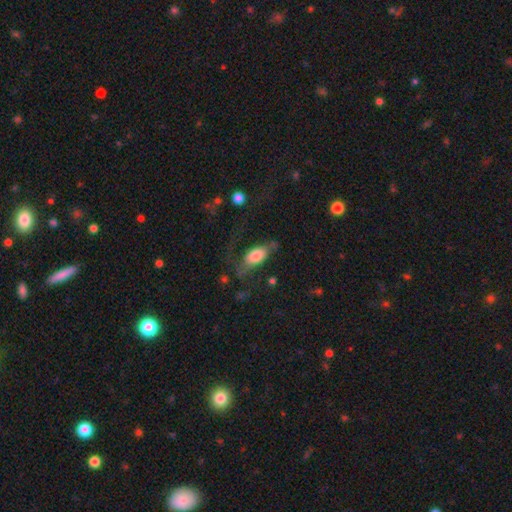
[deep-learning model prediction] The model was most divided on "merging": major disturbance: 41%, none: 33%, minor disturbance: 22%, merger: 4%. More confident: how rounded — in between (85%); smooth or featured — smooth (60%).